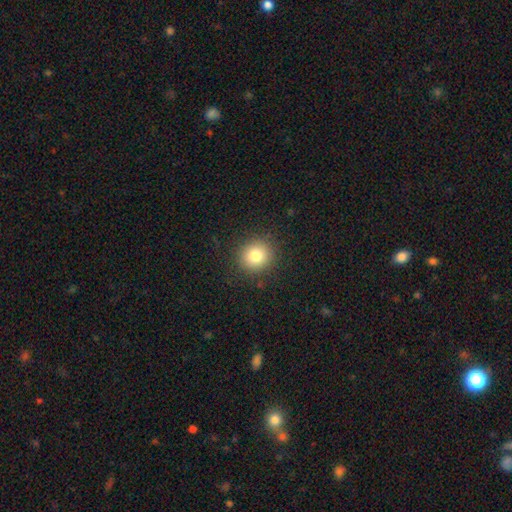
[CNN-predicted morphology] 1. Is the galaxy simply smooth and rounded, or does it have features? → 80% smooth, 11% star or artifact, 8% featured or disk.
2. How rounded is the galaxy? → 89% round, 10% in between, 1% cigar-shaped.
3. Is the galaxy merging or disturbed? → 89% none, 7% minor disturbance, 3% major disturbance, 1% merger.